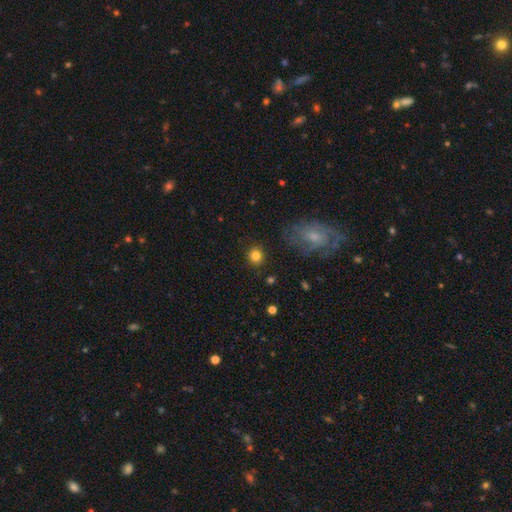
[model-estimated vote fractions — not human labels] Q: Smooth or featured?
A: smooth (83%); runner-up: star or artifact (11%)
Q: How rounded?
A: round (90%); runner-up: in between (9%)
Q: Merging?
A: none (89%); runner-up: minor disturbance (7%)